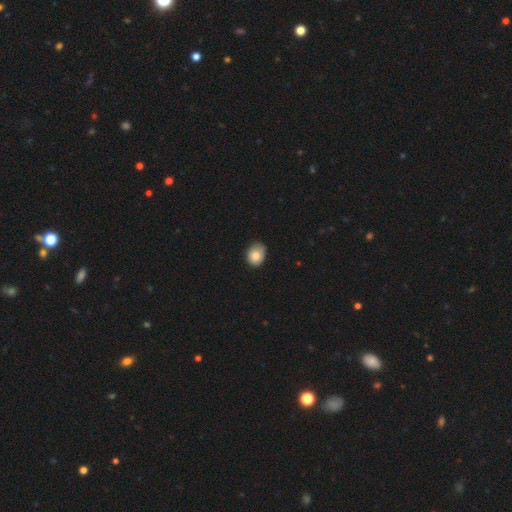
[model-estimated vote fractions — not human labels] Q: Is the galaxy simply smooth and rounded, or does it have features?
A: smooth — 81%.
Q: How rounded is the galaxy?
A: round — 50%.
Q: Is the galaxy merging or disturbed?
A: none — 70%.